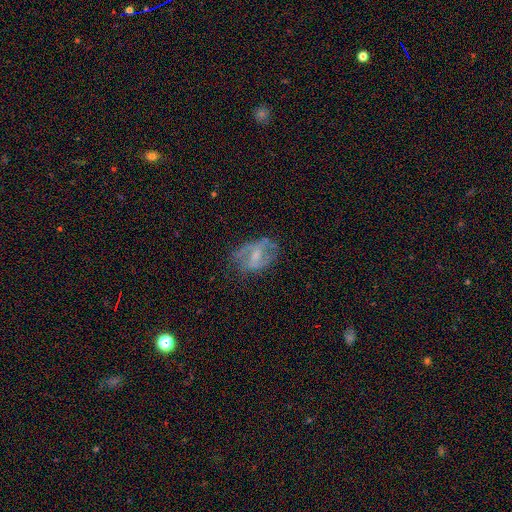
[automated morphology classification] This appears to be a featured or disk galaxy (65%) with a weak bar (48%), spiral arms (66%) and a small central bulge (40%). Merging: none (53%).